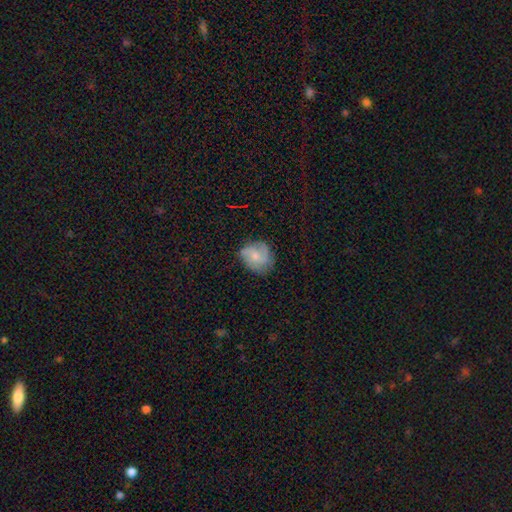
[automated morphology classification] A smooth galaxy with no disk features (51%) that is round (61%).

Vote fractions:
- Smooth or featured? smooth: 51% / featured or disk: 41% / star or artifact: 8%
- How rounded? round: 61% / in between: 38% / cigar-shaped: 1%
- Merging? none: 64% / minor disturbance: 26% / major disturbance: 9% / merger: 1%